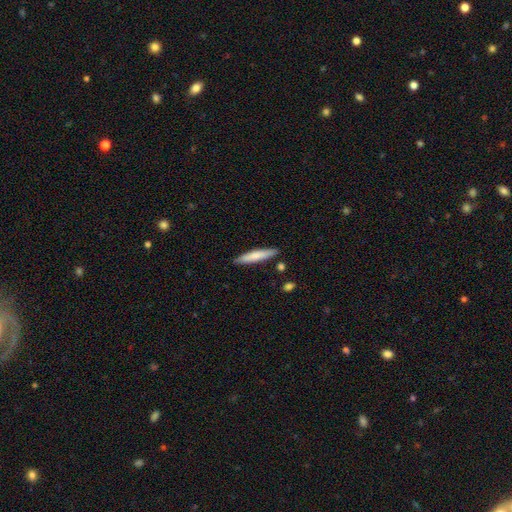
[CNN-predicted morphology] smooth-or-featured: smooth: 73% | featured or disk: 22% | star or artifact: 5%
  how-rounded: cigar-shaped: 89% | in between: 10% | round: 1%
  merging: none: 87% | minor disturbance: 9% | merger: 2% | major disturbance: 2%